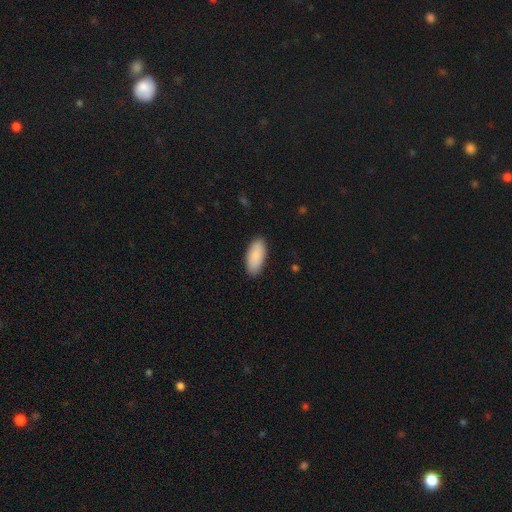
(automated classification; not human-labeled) Smooth or featured?
  - smooth: 90% *
  - star or artifact: 6%
  - featured or disk: 5%
How rounded?
  - in between: 90% *
  - cigar-shaped: 9%
  - round: 2%
Merging?
  - none: 87% *
  - minor disturbance: 10%
  - major disturbance: 2%
  - merger: 1%